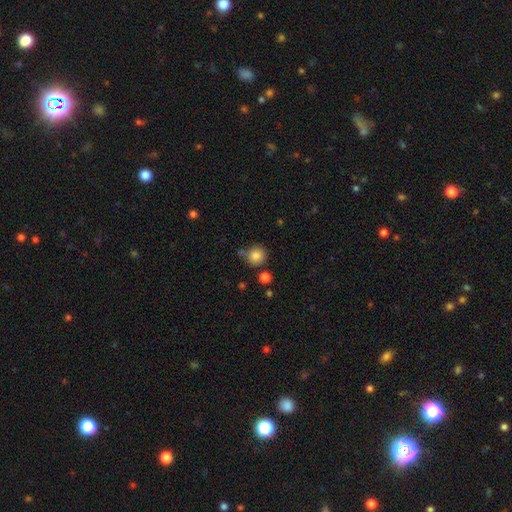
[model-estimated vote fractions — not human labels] smooth 83%, star or artifact 10%, featured or disk 6%. Down the decision tree: how rounded — round (92%); merging — none (76%).